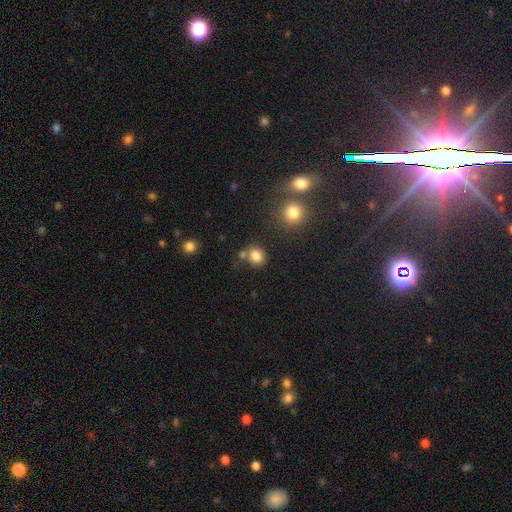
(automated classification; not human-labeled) Smooth or featured? Predicted: smooth (p=0.82). How rounded? Predicted: round (p=0.66). Merging? Predicted: none (p=0.67).